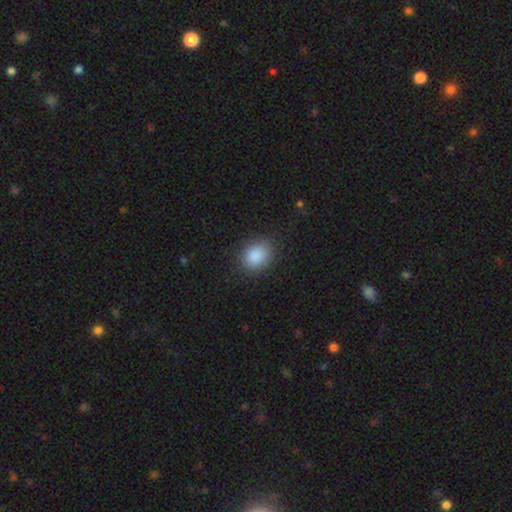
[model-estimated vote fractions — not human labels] Smooth or featured?
  - smooth: 88% *
  - star or artifact: 8%
  - featured or disk: 4%
How rounded?
  - in between: 51% *
  - round: 48%
  - cigar-shaped: 1%
Merging?
  - none: 85% *
  - minor disturbance: 10%
  - major disturbance: 4%
  - merger: 1%